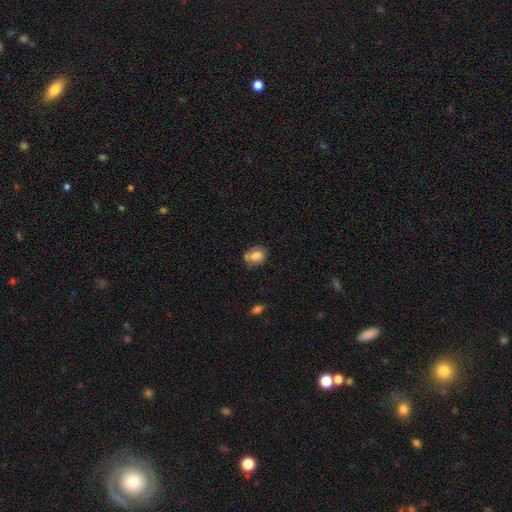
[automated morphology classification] The model was most divided on "how rounded": in between: 54%, round: 45%, cigar-shaped: 1%. More confident: smooth or featured — smooth (73%); merging — none (54%).